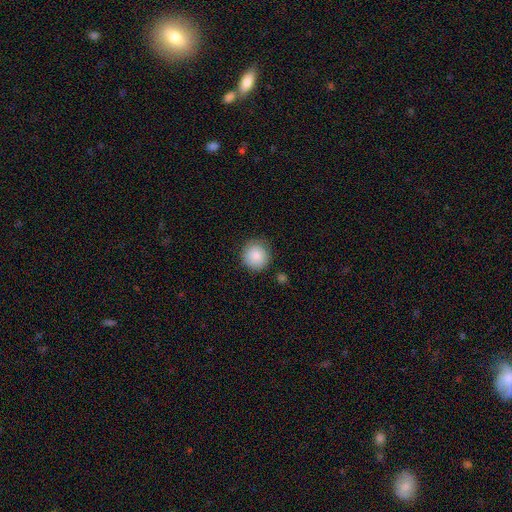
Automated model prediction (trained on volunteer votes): Smooth or featured?
  - smooth: 85% *
  - star or artifact: 8%
  - featured or disk: 6%
How rounded?
  - round: 93% *
  - in between: 6%
  - cigar-shaped: 1%
Merging?
  - none: 87% *
  - minor disturbance: 9%
  - major disturbance: 2%
  - merger: 2%